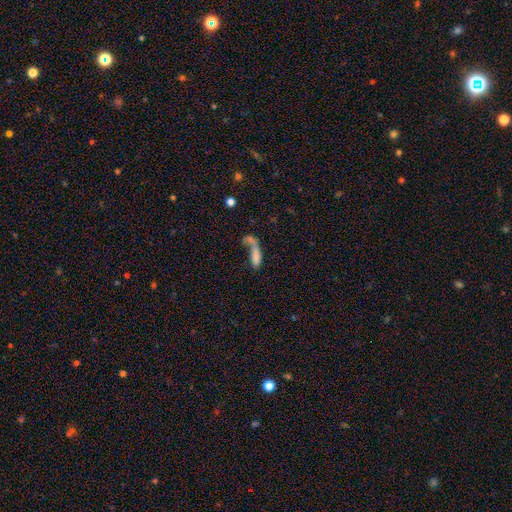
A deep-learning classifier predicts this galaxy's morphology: Smooth or featured? Predicted: smooth (p=0.63). How rounded? Predicted: in between (p=0.53). Merging? Predicted: merger (p=0.37).